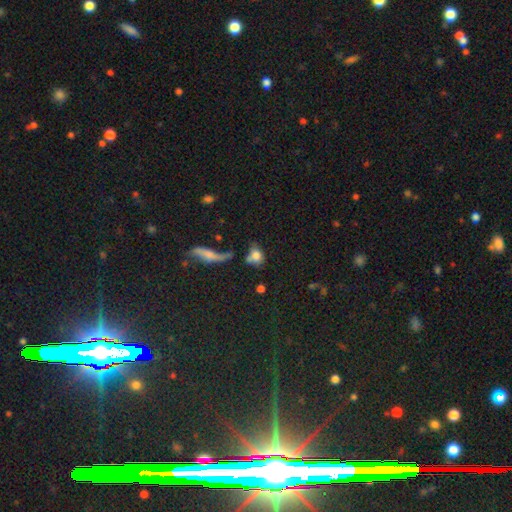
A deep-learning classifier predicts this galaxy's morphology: Q: Smooth or featured?
A: smooth (72%); runner-up: featured or disk (17%)
Q: How rounded?
A: in between (62%); runner-up: round (33%)
Q: Merging?
A: none (39%); runner-up: merger (27%)